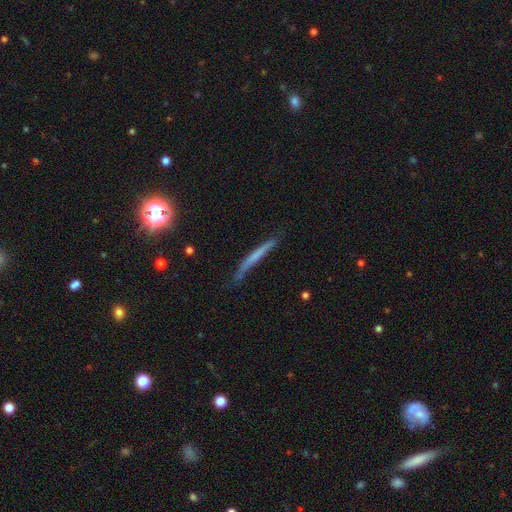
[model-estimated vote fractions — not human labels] A smooth galaxy with no disk features (51%) that is cigar-shaped (95%). Merging: none (74%).